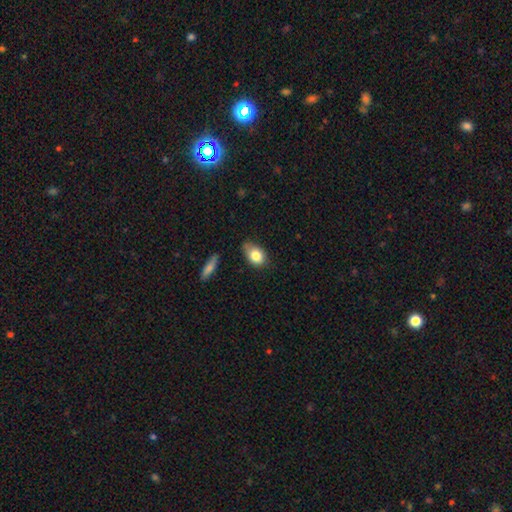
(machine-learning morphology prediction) smooth-or-featured: smooth: 80% | featured or disk: 12% | star or artifact: 8%
  how-rounded: in between: 83% | round: 15% | cigar-shaped: 2%
  merging: none: 59% | minor disturbance: 31% | major disturbance: 6% | merger: 3%